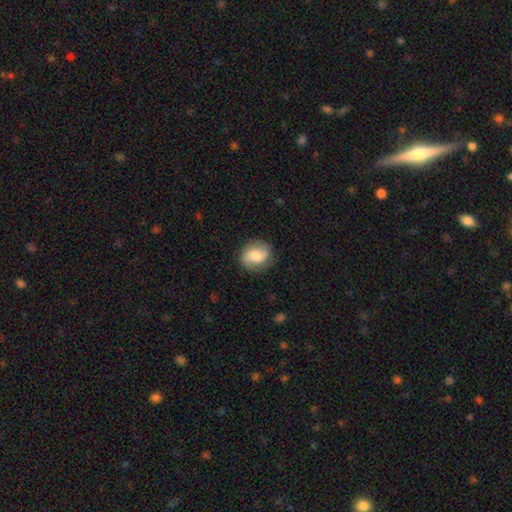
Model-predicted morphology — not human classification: This appears to be a smooth galaxy with no disk features (58%) that is round (59%). Merging: none (79%).